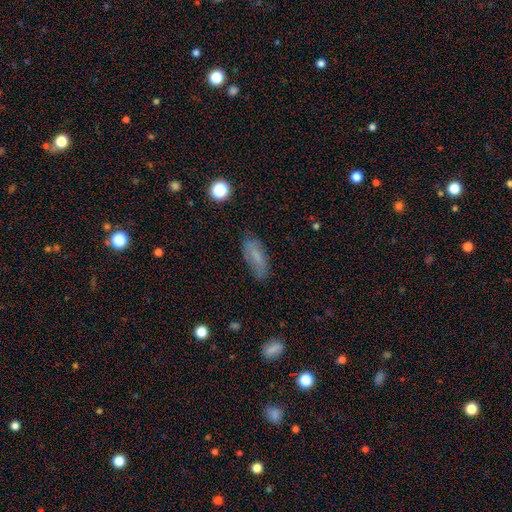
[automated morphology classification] Q: Smooth or featured?
A: smooth (65%); runner-up: featured or disk (26%)
Q: How rounded?
A: in between (67%); runner-up: cigar-shaped (30%)
Q: Merging?
A: none (69%); runner-up: minor disturbance (22%)